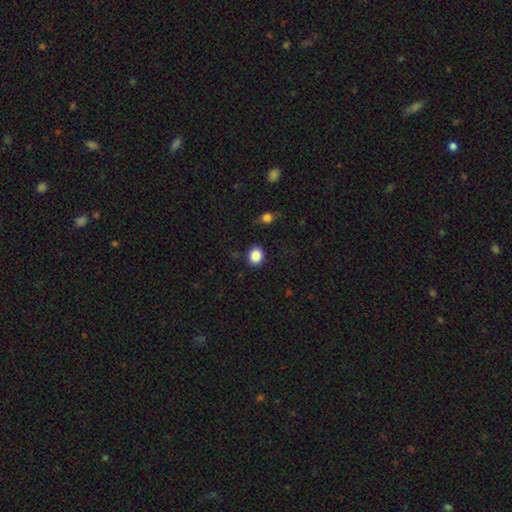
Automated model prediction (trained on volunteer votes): Morphology: type=smooth (87%); roundness=round (72%); merging=none (87%).